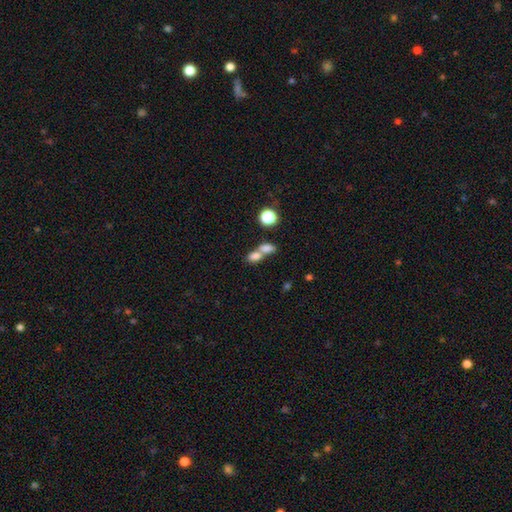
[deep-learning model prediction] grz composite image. It shows a smooth galaxy with no disk features (76%) that is in between round and cigar-shaped (75%). Merging: merger (62%).